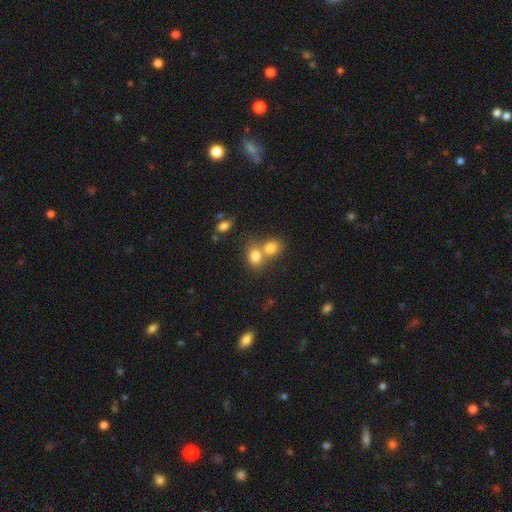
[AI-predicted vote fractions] Q: Smooth or featured?
A: smooth (80%); runner-up: star or artifact (11%)
Q: How rounded?
A: in between (53%); runner-up: round (46%)
Q: Merging?
A: merger (56%); runner-up: none (32%)